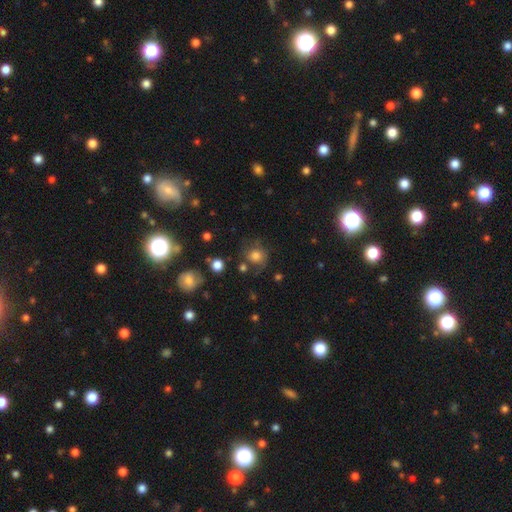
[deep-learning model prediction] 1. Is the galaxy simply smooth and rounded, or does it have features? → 70% smooth, 17% featured or disk, 13% star or artifact.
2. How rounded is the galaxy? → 83% round, 16% in between, 1% cigar-shaped.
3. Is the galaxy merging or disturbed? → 63% none, 20% minor disturbance, 12% major disturbance, 5% merger.